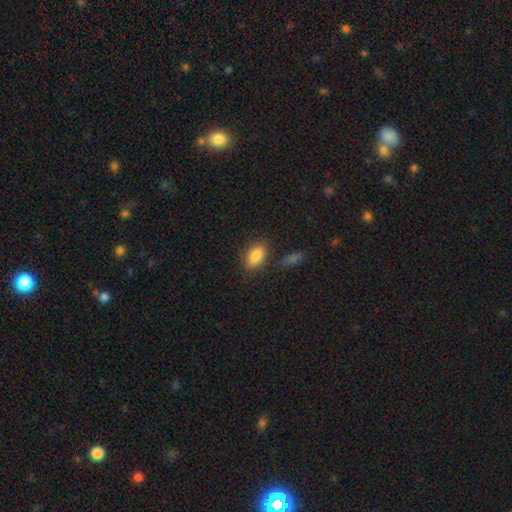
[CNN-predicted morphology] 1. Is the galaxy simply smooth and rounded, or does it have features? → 85% smooth, 7% star or artifact, 7% featured or disk.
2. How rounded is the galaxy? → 90% in between, 6% round, 4% cigar-shaped.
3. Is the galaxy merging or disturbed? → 78% none, 13% minor disturbance, 5% merger, 4% major disturbance.